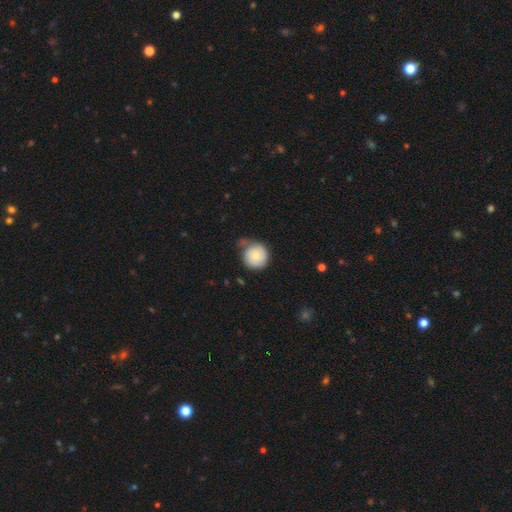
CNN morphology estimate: Q: Smooth or featured?
A: smooth (74%); runner-up: featured or disk (19%)
Q: How rounded?
A: round (92%); runner-up: in between (7%)
Q: Merging?
A: none (52%); runner-up: minor disturbance (30%)